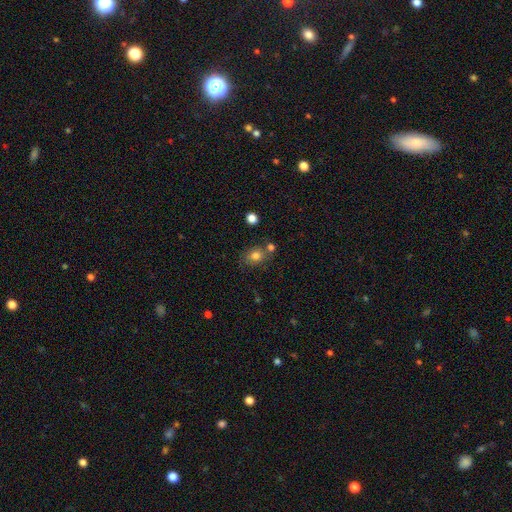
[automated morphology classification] A smooth galaxy with no disk features (75%) that is in between round and cigar-shaped (51%). Merging: none (64%).